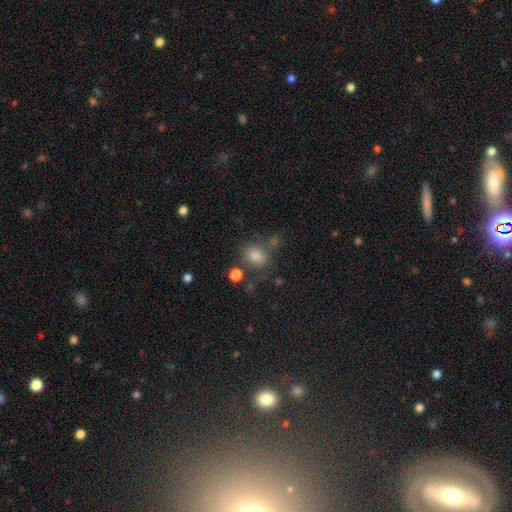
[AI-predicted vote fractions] smooth_or_featured: smooth (p=0.79) [alt: star or artifact p=0.14]
how_rounded: round (p=0.54) [alt: in between p=0.45]
merging: none (p=0.69) [alt: minor disturbance p=0.14]